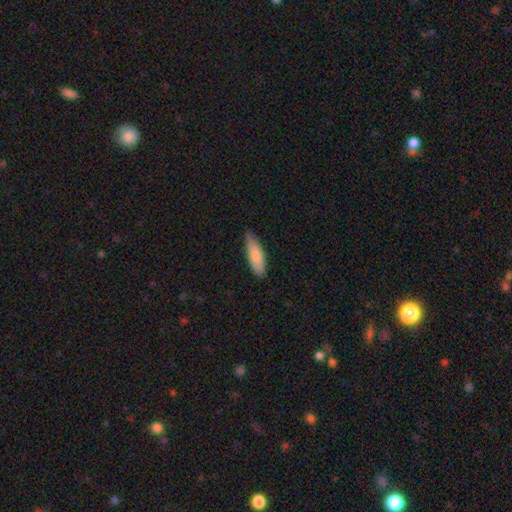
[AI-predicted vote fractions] Smooth or featured?
  - smooth: 81% *
  - featured or disk: 14%
  - star or artifact: 5%
How rounded?
  - in between: 58% *
  - cigar-shaped: 41%
  - round: 2%
Merging?
  - none: 75% *
  - minor disturbance: 21%
  - major disturbance: 3%
  - merger: 1%